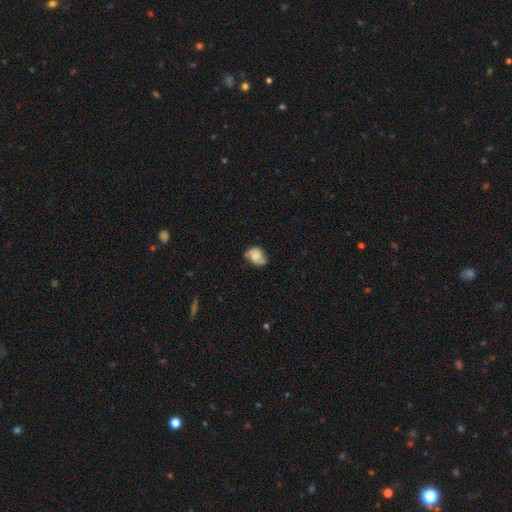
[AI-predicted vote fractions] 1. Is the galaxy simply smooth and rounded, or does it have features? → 52% smooth, 39% featured or disk, 8% star or artifact.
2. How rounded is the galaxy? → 68% in between, 31% round, 1% cigar-shaped.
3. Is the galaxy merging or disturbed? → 56% none, 33% minor disturbance, 9% major disturbance, 2% merger.